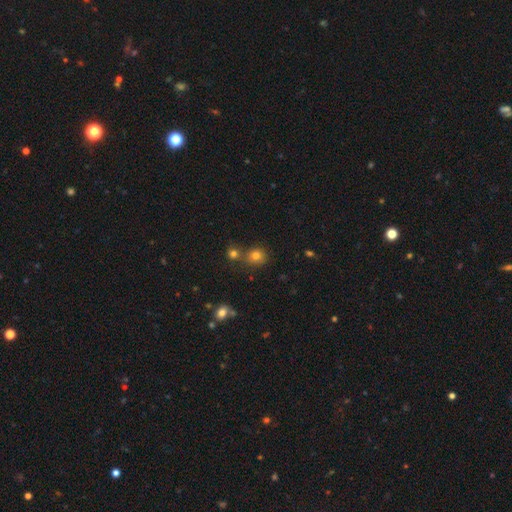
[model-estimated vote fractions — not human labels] smooth_or_featured: smooth (p=0.75) [alt: star or artifact p=0.17]
how_rounded: round (p=0.84) [alt: in between p=0.15]
merging: none (p=0.64) [alt: merger p=0.24]